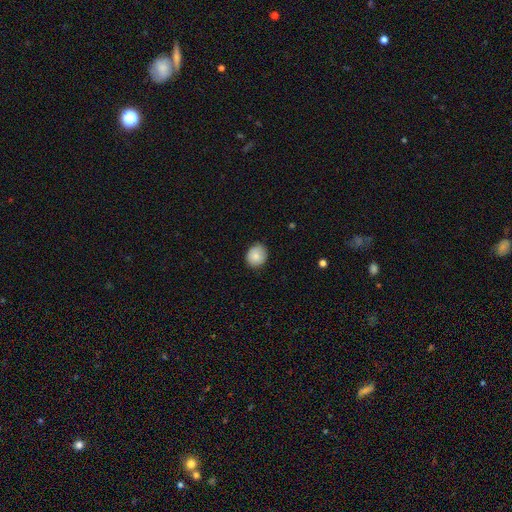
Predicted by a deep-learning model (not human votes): Smooth or featured? Predicted: smooth (p=0.84). How rounded? Predicted: round (p=0.72). Merging? Predicted: none (p=0.84).